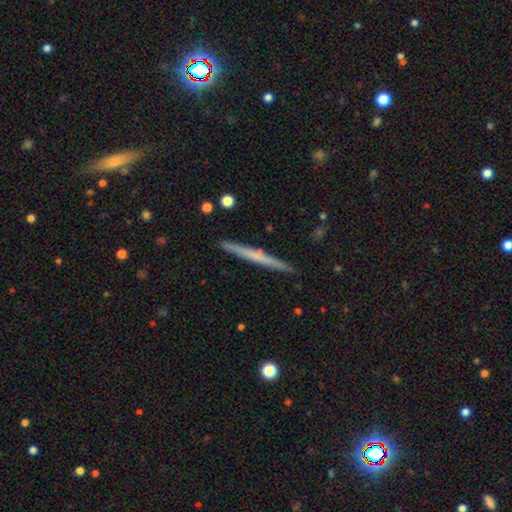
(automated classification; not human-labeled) featured or disk 51%, smooth 43%, star or artifact 6%. Down the decision tree: edge-on disk — yes (98%); merging — none (92%).